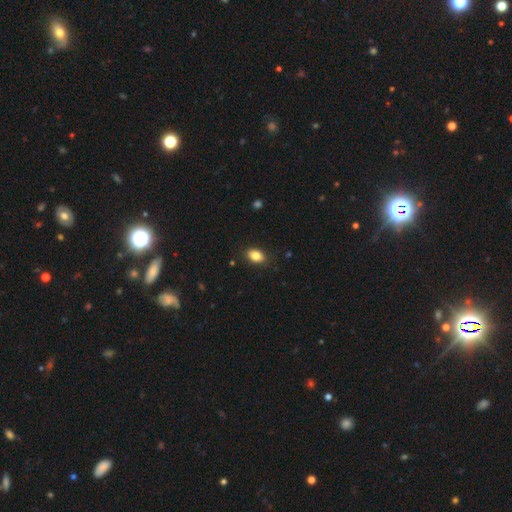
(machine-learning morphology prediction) smooth-or-featured: smooth: 85% | star or artifact: 9% | featured or disk: 7%
  how-rounded: in between: 83% | round: 16% | cigar-shaped: 1%
  merging: none: 86% | minor disturbance: 11% | major disturbance: 2% | merger: 1%